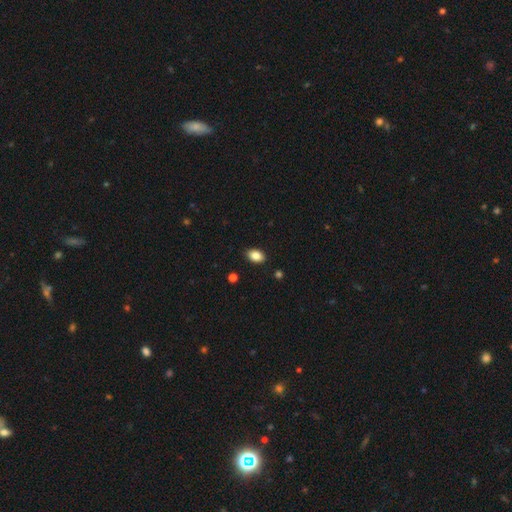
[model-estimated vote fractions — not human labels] Overall: smooth (87%). How rounded: in between (86%). Merging: none (89%).